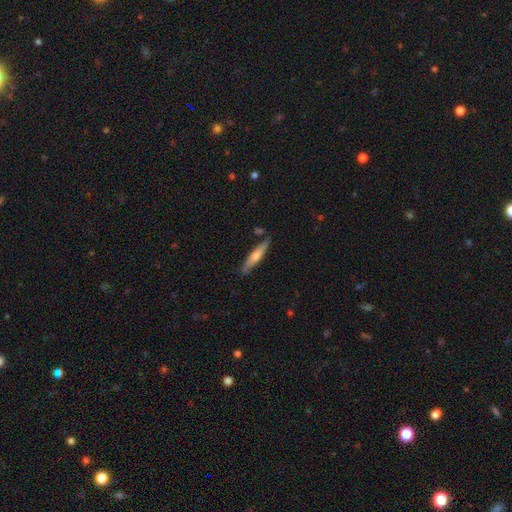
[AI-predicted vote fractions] smooth 48%, featured or disk 46%, star or artifact 6%. Down the decision tree: merging — none (84%).